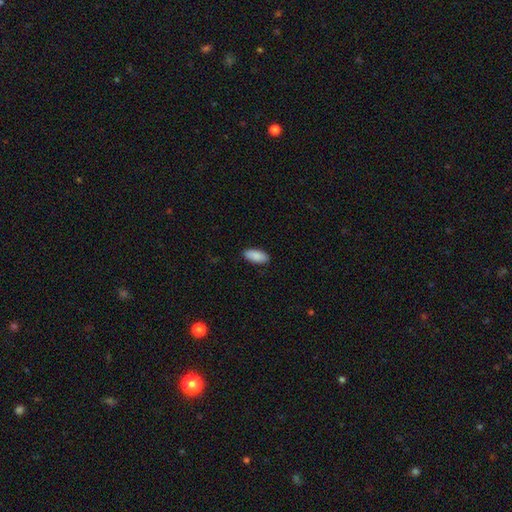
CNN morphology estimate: Smooth or featured? Predicted: smooth (p=0.90). How rounded? Predicted: in between (p=0.88). Merging? Predicted: none (p=0.89).